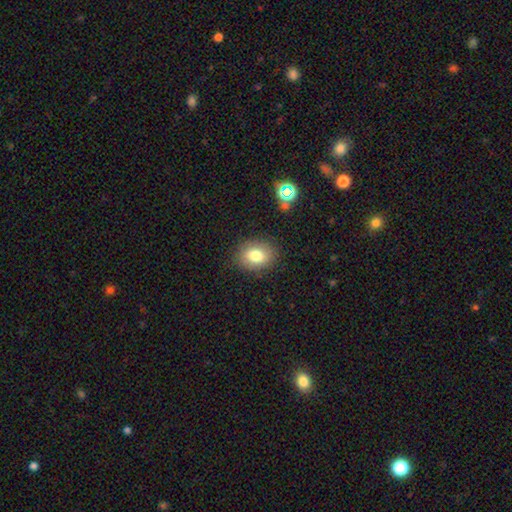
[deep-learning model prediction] smooth 79%, star or artifact 11%, featured or disk 11%. Down the decision tree: how rounded — in between (56%); merging — none (85%).